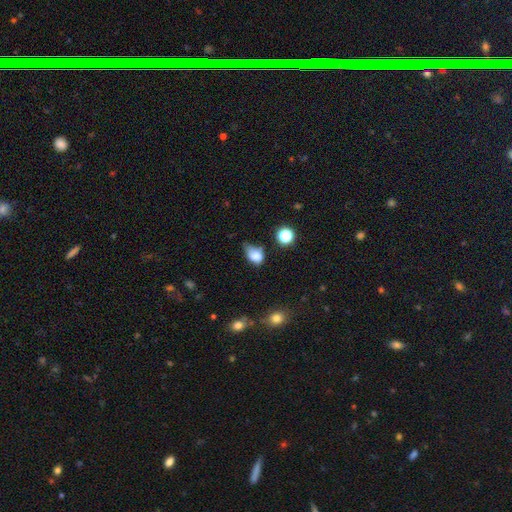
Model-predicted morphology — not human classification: smooth-or-featured: smooth: 75% | featured or disk: 13% | star or artifact: 12%
  how-rounded: in between: 73% | round: 25% | cigar-shaped: 2%
  merging: minor disturbance: 43% | none: 29% | major disturbance: 20% | merger: 8%